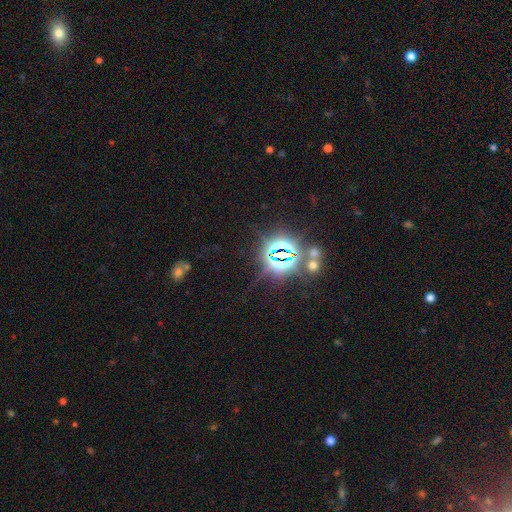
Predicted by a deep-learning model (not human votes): smooth-or-featured: star or artifact: 79% | smooth: 12% | featured or disk: 9%